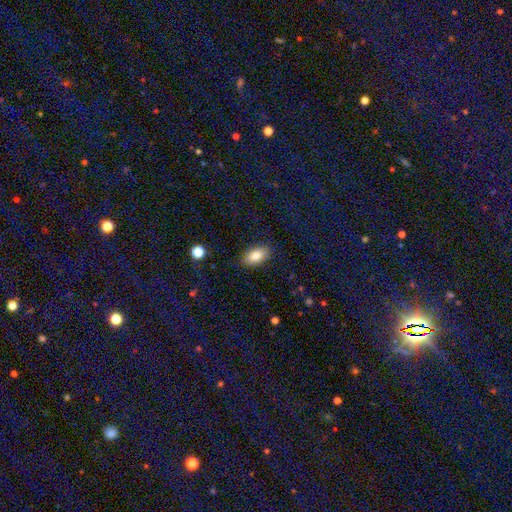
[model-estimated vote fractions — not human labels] Q: Smooth or featured?
A: smooth (84%); runner-up: featured or disk (9%)
Q: How rounded?
A: in between (92%); runner-up: round (5%)
Q: Merging?
A: none (87%); runner-up: minor disturbance (10%)